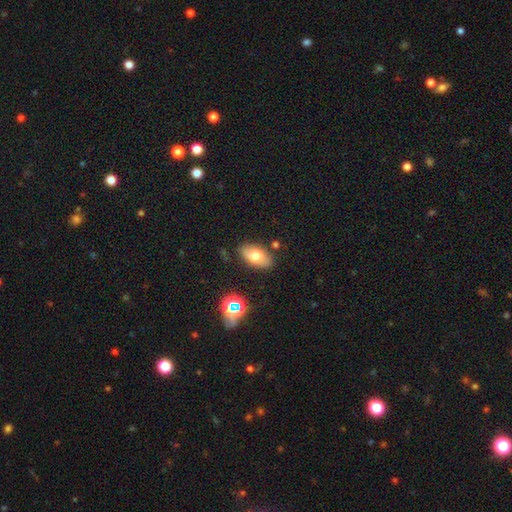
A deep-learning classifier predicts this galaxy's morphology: Overall: smooth (71%). How rounded: in between (92%). Merging: none (82%).